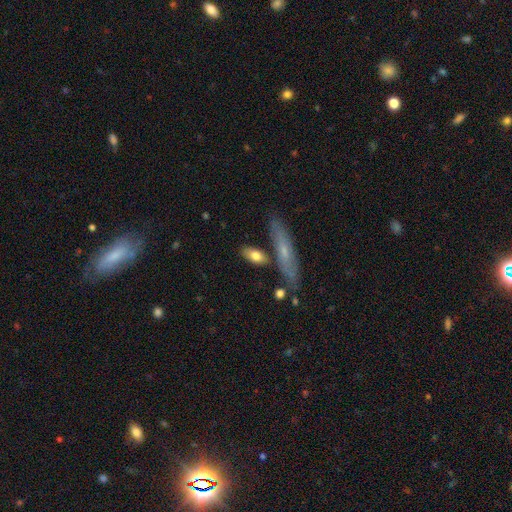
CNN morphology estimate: smooth 74%, featured or disk 20%, star or artifact 6%. Down the decision tree: how rounded — in between (73%); merging — none (71%).